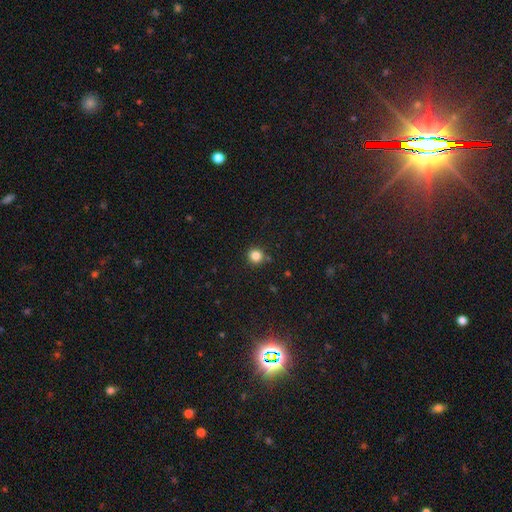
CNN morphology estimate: Smooth or featured: smooth — 83% (star or artifact — 12%)
How rounded: round — 93% (in between — 6%)
Merging: none — 88% (minor disturbance — 7%)